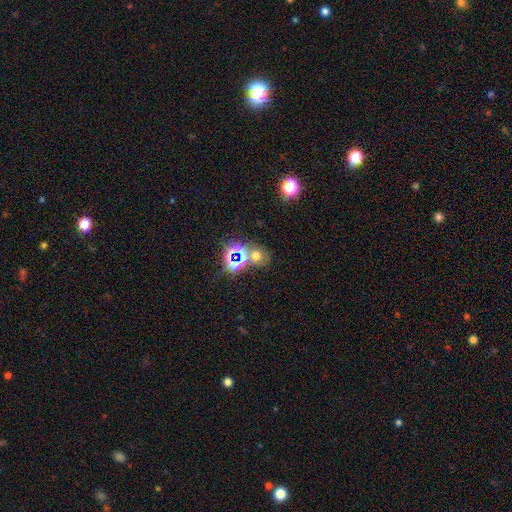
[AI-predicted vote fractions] star or artifact 45%, smooth 44%, featured or disk 11%.